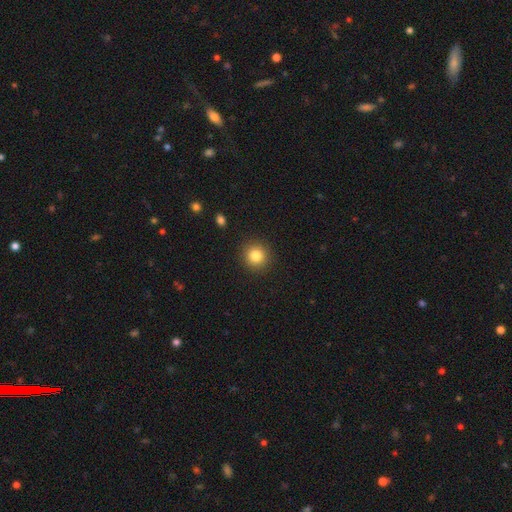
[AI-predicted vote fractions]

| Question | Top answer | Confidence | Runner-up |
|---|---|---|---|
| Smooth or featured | smooth | 83% | star or artifact (11%) |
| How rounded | round | 93% | in between (7%) |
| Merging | none | 91% | minor disturbance (6%) |